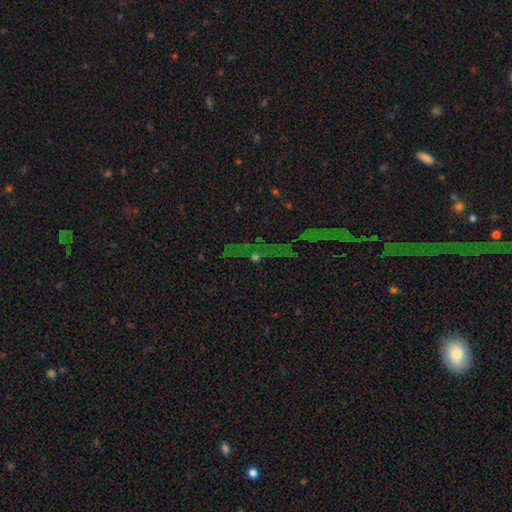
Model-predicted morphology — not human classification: smooth-or-featured: star or artifact: 69% | smooth: 17% | featured or disk: 14%